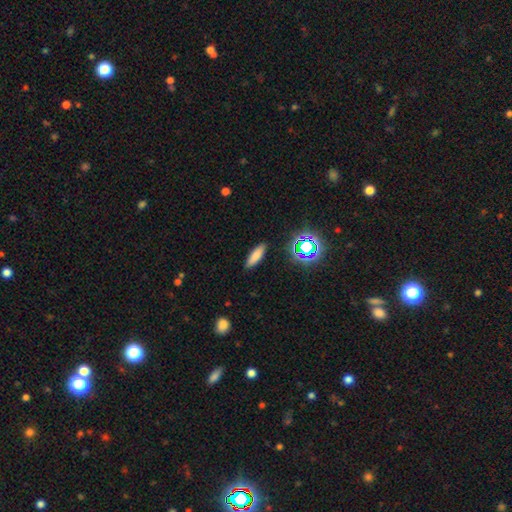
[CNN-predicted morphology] Smooth or featured? smooth (75%)
How rounded? cigar-shaped (50%)
Merging? none (88%)